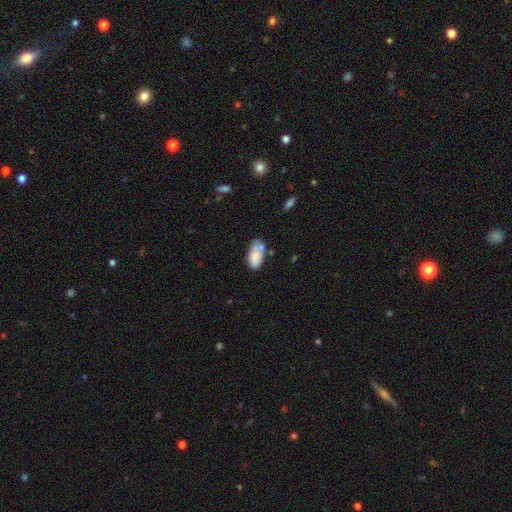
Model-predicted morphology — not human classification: Smooth or featured: smooth — 77% (featured or disk — 15%)
How rounded: in between — 93% (cigar-shaped — 4%)
Merging: none — 48% (minor disturbance — 28%)